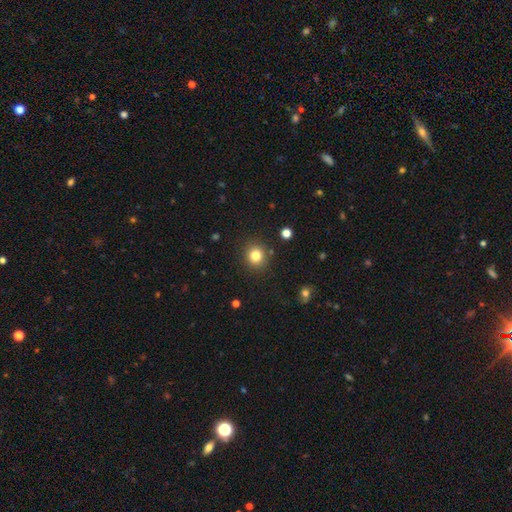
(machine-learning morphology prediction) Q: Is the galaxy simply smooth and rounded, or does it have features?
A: smooth — 81%.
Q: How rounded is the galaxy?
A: round — 87%.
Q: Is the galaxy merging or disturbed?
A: none — 88%.